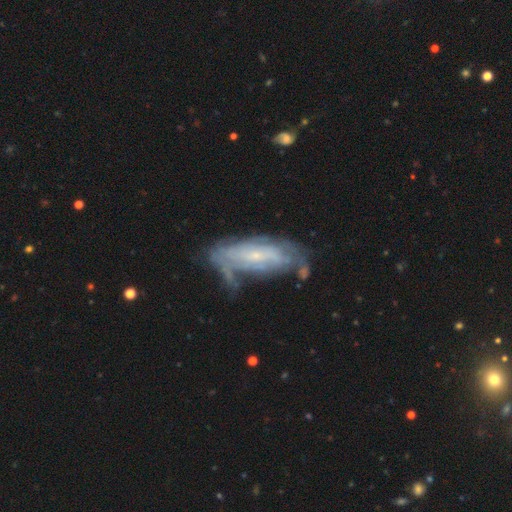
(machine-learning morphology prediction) Overall: featured or disk (69%). Edge-on disk: no (85%). Bar: no (58%; weak 32%). Spiral arms: yes (67%; no 33%). Bulge size: small (75%). Merging: none (42%; minor disturbance 28%).